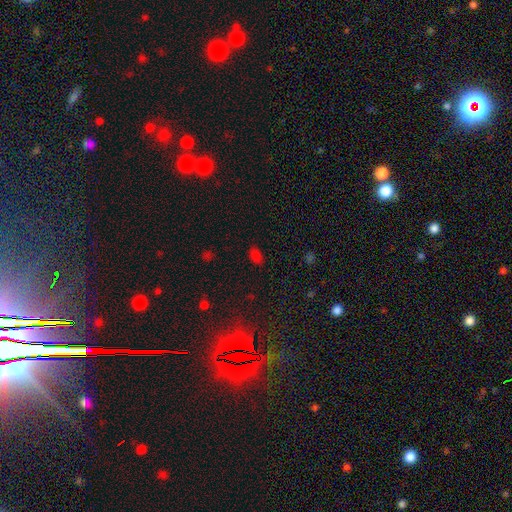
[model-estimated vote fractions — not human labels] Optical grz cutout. It shows a smooth galaxy with no disk features (69%) that is in between round and cigar-shaped (89%). Merging: none (82%).